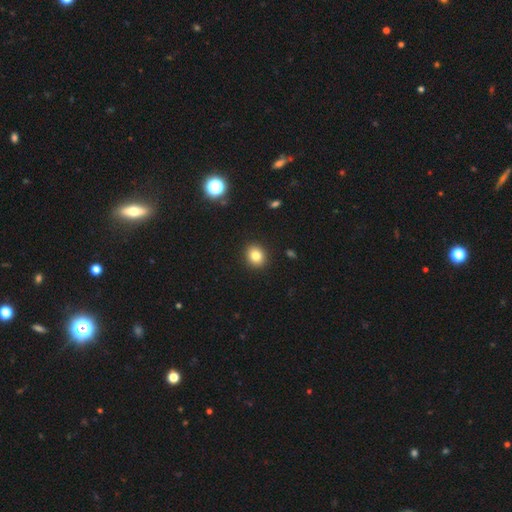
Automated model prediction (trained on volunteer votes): smooth_or_featured: smooth (p=0.82) [alt: star or artifact p=0.11]
how_rounded: round (p=0.69) [alt: in between p=0.30]
merging: none (p=0.91) [alt: minor disturbance p=0.06]